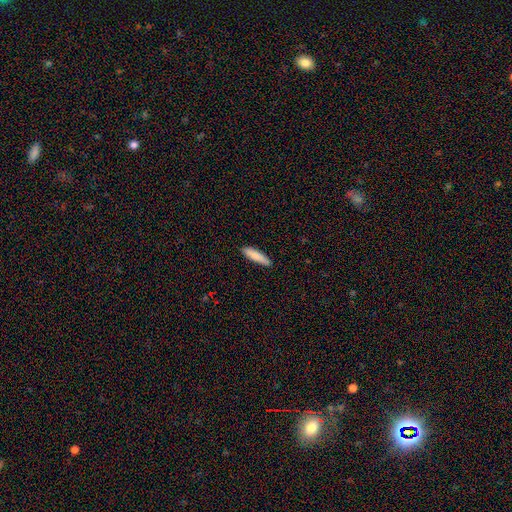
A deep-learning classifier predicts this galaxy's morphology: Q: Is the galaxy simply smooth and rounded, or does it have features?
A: smooth — 84%.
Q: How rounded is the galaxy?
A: cigar-shaped — 77%.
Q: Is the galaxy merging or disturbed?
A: none — 90%.